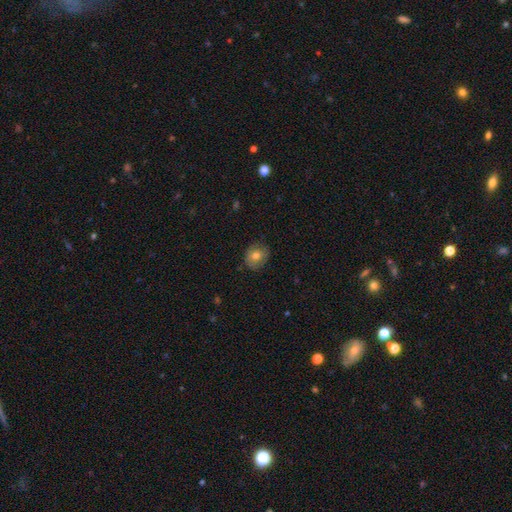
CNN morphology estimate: This appears to be a smooth galaxy with no disk features (72%) that is round (71%). Merging: none (81%).